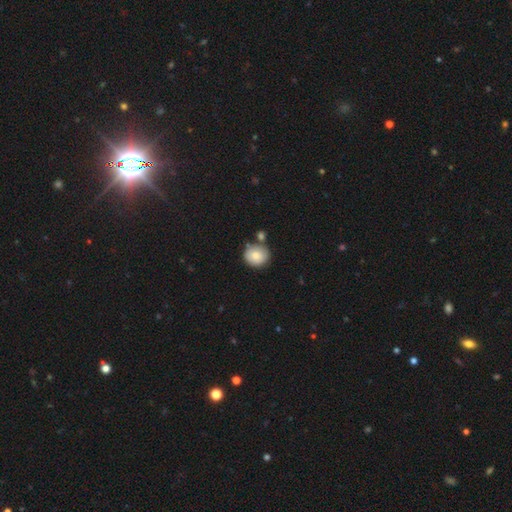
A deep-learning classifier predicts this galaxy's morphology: Q: Smooth or featured?
A: smooth (82%); runner-up: featured or disk (11%)
Q: How rounded?
A: round (81%); runner-up: in between (18%)
Q: Merging?
A: none (67%); runner-up: merger (15%)